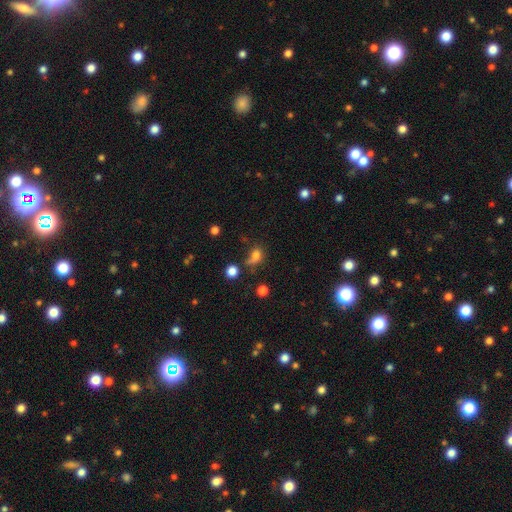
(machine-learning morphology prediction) This appears to be a smooth galaxy with no disk features (71%) that is in between round and cigar-shaped (50%). Merging: none (42%).